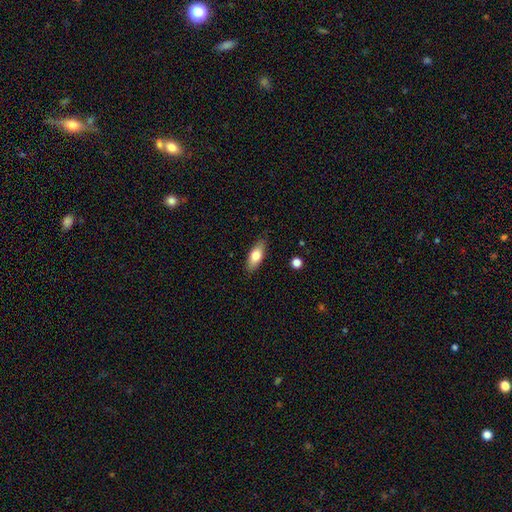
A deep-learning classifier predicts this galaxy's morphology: Smooth or featured? smooth (75%)
How rounded? in between (78%)
Merging? none (84%)